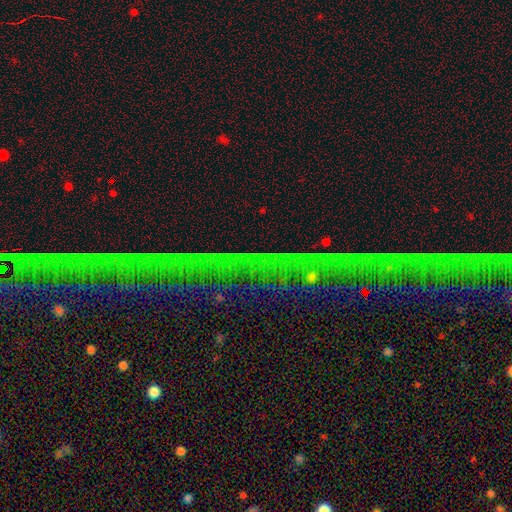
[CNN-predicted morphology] star or artifact 84%, featured or disk 9%, smooth 7%.